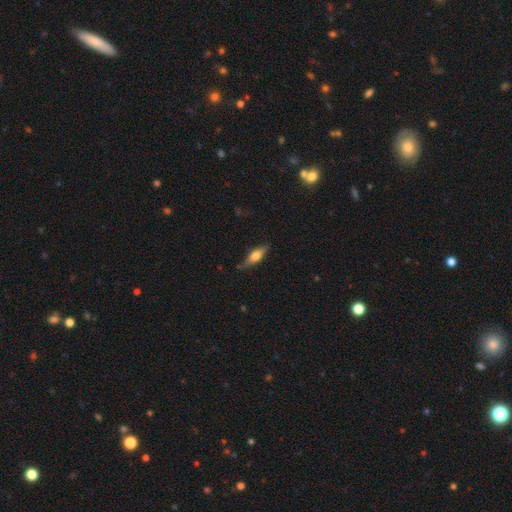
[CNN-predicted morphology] This is possibly a smooth galaxy (52%). How rounded: possibly cigar-shaped (54%). Merging: likely none (76%).